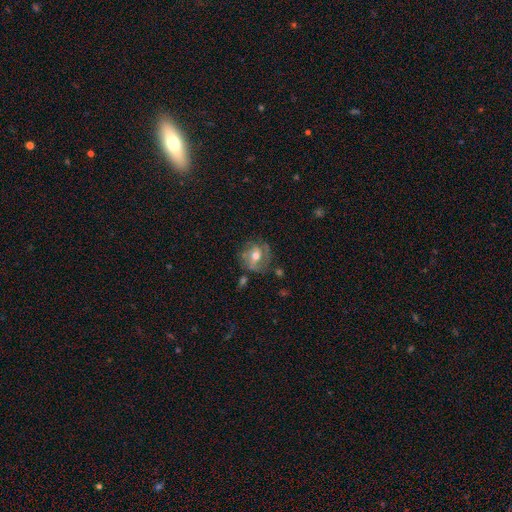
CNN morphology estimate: A featured or disk galaxy (54%) with no bar (49%), spiral arms (64%) and a moderate central bulge (76%). Merging: none (63%).